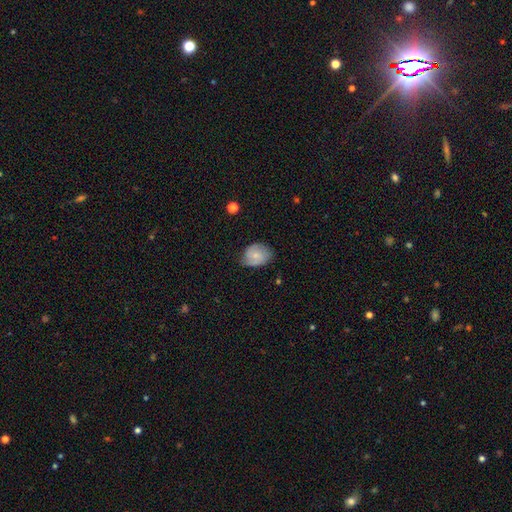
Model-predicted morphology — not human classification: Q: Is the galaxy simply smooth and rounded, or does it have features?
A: smooth — 56%.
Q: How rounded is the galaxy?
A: in between — 59%.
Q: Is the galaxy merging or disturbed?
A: none — 58%.